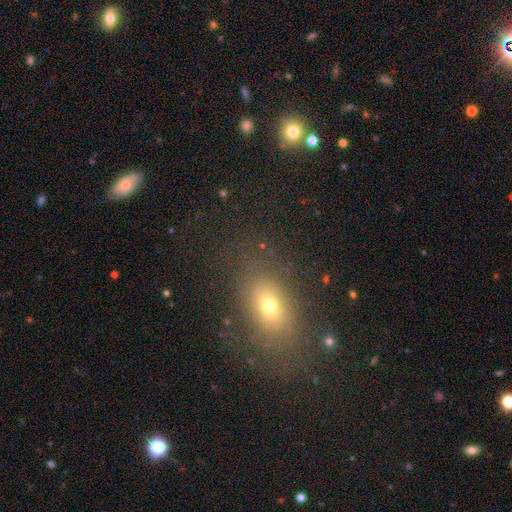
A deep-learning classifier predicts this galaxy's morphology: The model was most divided on "smooth or featured": smooth: 58%, featured or disk: 21%, star or artifact: 21%. More confident: merging — none (79%); how rounded — in between (79%).